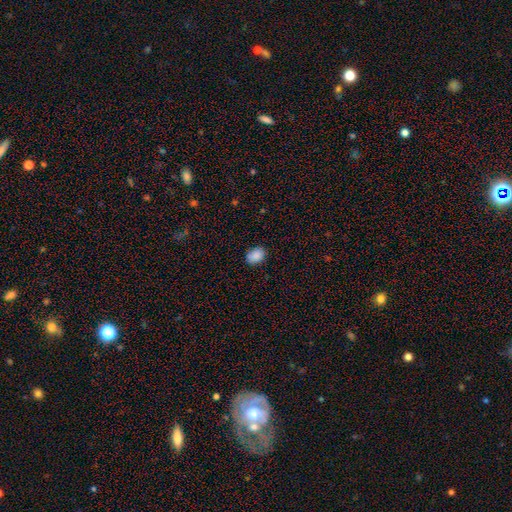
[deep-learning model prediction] Smooth or featured? Predicted: smooth (p=0.89). How rounded? Predicted: in between (p=0.77). Merging? Predicted: none (p=0.83).